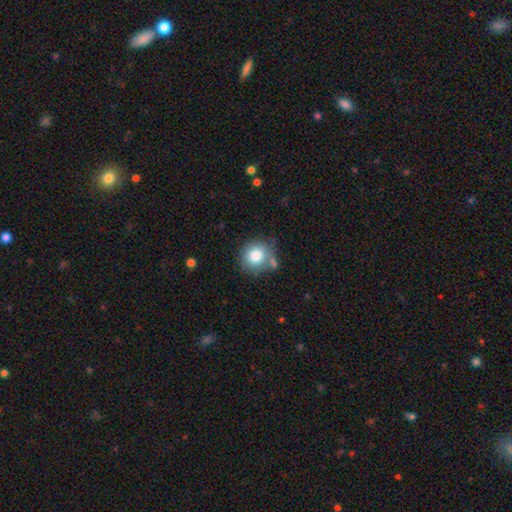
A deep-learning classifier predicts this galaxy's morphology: smooth_or_featured: smooth (p=0.82) [alt: star or artifact p=0.09]
how_rounded: round (p=0.85) [alt: in between p=0.14]
merging: none (p=0.68) [alt: minor disturbance p=0.15]